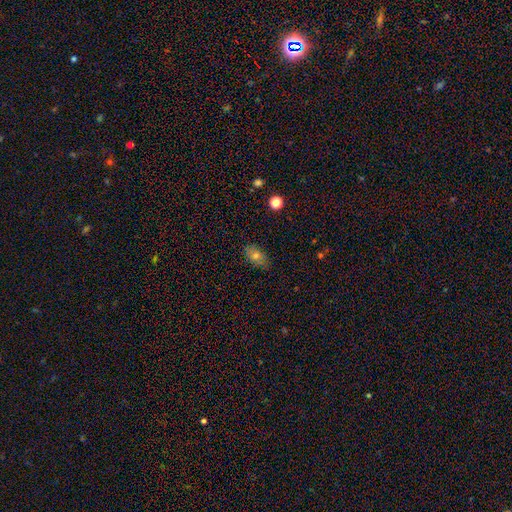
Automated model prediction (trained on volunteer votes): This is likely a smooth galaxy (65%). How rounded: clearly in between (86%). Merging: clearly none (82%).